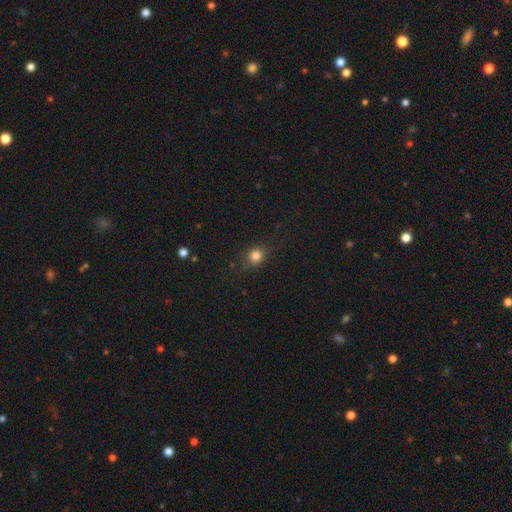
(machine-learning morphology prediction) The model was most divided on "how rounded": round: 74%, in between: 25%, cigar-shaped: 1%. More confident: smooth or featured — smooth (81%); merging — none (80%).